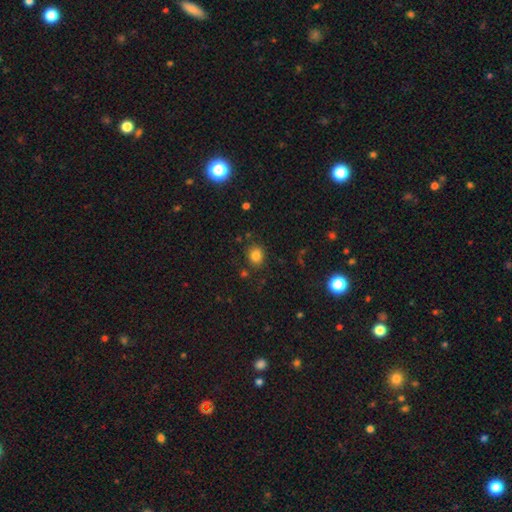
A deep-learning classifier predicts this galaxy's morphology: Smooth or featured?
  - smooth: 81% *
  - star or artifact: 13%
  - featured or disk: 6%
How rounded?
  - round: 68% *
  - in between: 31%
  - cigar-shaped: 1%
Merging?
  - none: 83% *
  - minor disturbance: 10%
  - merger: 4%
  - major disturbance: 3%